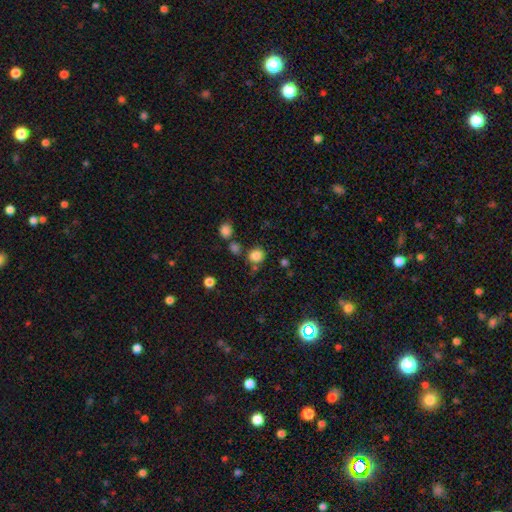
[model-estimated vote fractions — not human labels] smooth 82%, star or artifact 14%, featured or disk 4%. Down the decision tree: how rounded — round (84%); merging — none (75%).